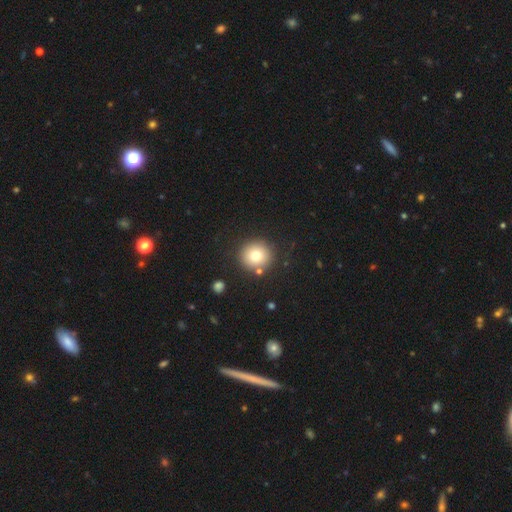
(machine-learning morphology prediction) Q: Smooth or featured?
A: smooth (76%); runner-up: star or artifact (12%)
Q: How rounded?
A: round (92%); runner-up: in between (7%)
Q: Merging?
A: none (85%); runner-up: minor disturbance (8%)